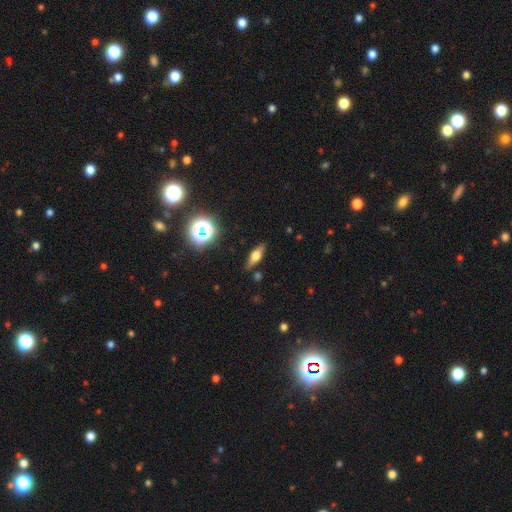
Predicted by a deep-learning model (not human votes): Overall: featured or disk (52%; smooth 37%). Edge-on disk: yes (92%). Merging: none (86%).